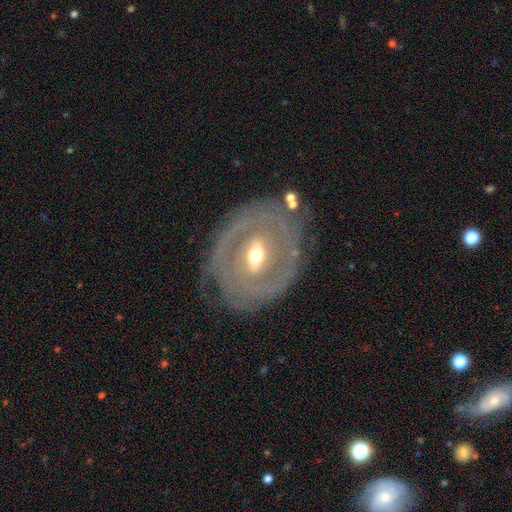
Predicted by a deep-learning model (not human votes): This is clearly a featured or disk galaxy (81%). It is clearly not viewed edge-on (94%). Bar: marginally weak (41%). Spiral arm pattern: likely yes (67%). Spiral arm count: marginally can't tell (39%). Spiral winding: likely tight (69%). Central bulge: likely moderate (62%). Merging: likely none (71%).